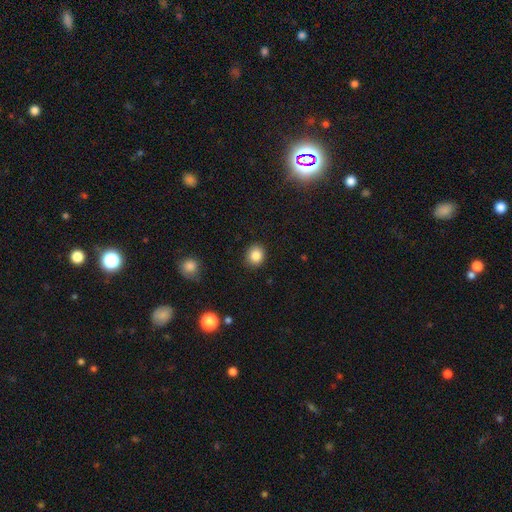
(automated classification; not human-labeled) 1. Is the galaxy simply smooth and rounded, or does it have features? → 86% smooth, 10% star or artifact, 5% featured or disk.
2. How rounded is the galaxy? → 75% round, 24% in between, 1% cigar-shaped.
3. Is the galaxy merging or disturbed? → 90% none, 7% minor disturbance, 2% major disturbance, 1% merger.